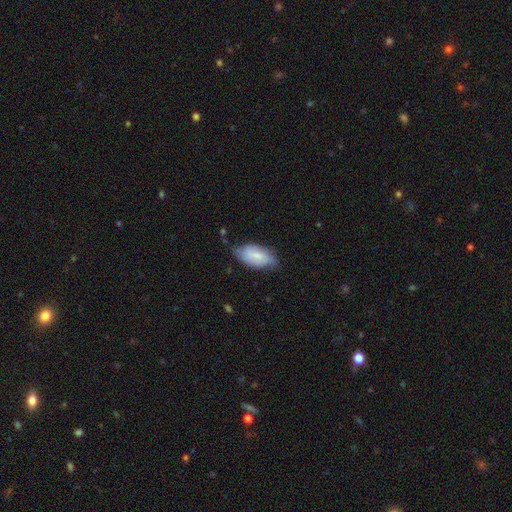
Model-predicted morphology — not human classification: Smooth or featured?
  - smooth: 73% *
  - featured or disk: 21%
  - star or artifact: 6%
How rounded?
  - in between: 92% *
  - cigar-shaped: 5%
  - round: 3%
Merging?
  - none: 58% *
  - minor disturbance: 34%
  - major disturbance: 6%
  - merger: 2%